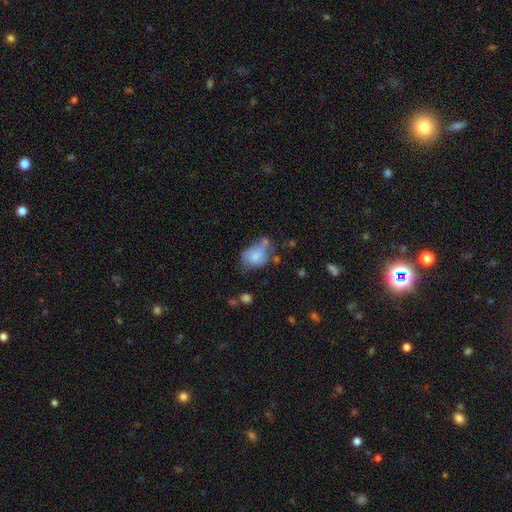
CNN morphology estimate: Smooth or featured? smooth (67%)
How rounded? in between (75%)
Merging? minor disturbance (33%)